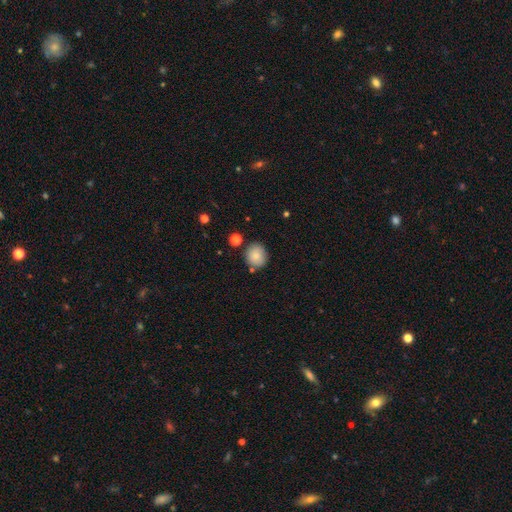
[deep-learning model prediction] A smooth galaxy with no disk features (85%) that is round (80%).

Vote fractions:
- Smooth or featured? smooth: 85% / star or artifact: 8% / featured or disk: 7%
- How rounded? round: 80% / in between: 19% / cigar-shaped: 1%
- Merging? none: 81% / minor disturbance: 12% / merger: 5% / major disturbance: 3%